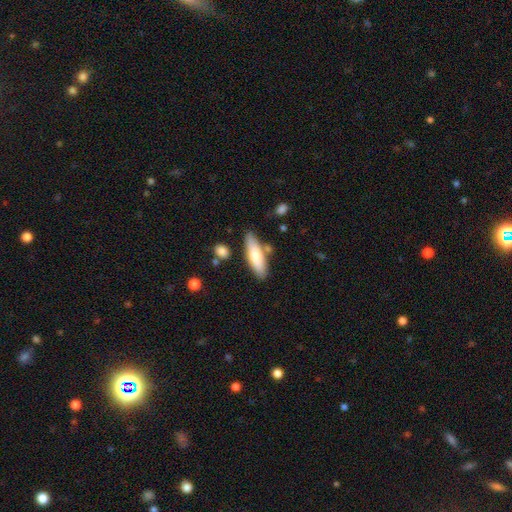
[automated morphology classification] smooth-or-featured: smooth: 68% | featured or disk: 26% | star or artifact: 6%
  how-rounded: cigar-shaped: 54% | in between: 44% | round: 2%
  merging: none: 78% | minor disturbance: 13% | merger: 7% | major disturbance: 3%